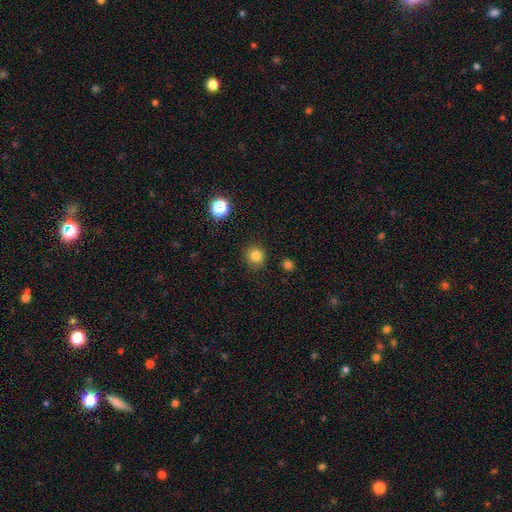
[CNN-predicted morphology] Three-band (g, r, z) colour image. It shows a smooth galaxy with no disk features (80%) that is round (91%). Merging: none (87%).